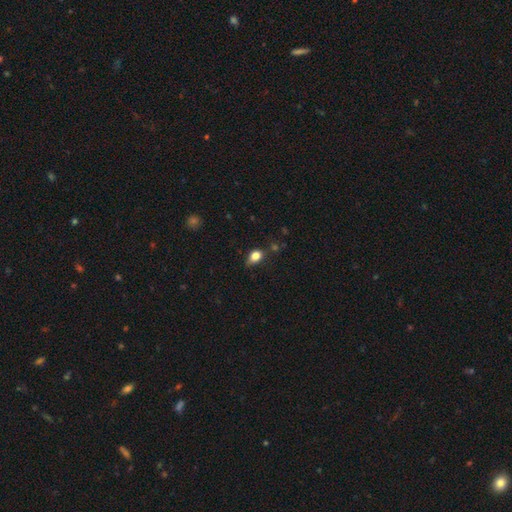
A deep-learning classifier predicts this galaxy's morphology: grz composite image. It shows a smooth galaxy with no disk features (81%) that is in between round and cigar-shaped (71%). Merging: none (59%).